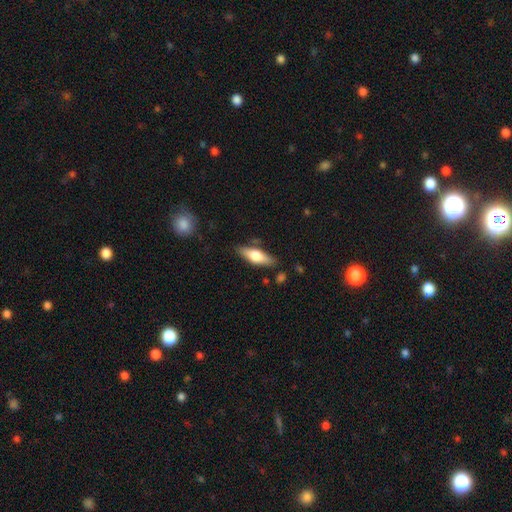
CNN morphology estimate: A smooth galaxy with no disk features (58%) that is in between round and cigar-shaped (58%).

Vote fractions:
- Smooth or featured? smooth: 58% / featured or disk: 36% / star or artifact: 6%
- How rounded? in between: 58% / cigar-shaped: 39% / round: 3%
- Merging? none: 80% / minor disturbance: 14% / merger: 3% / major disturbance: 3%